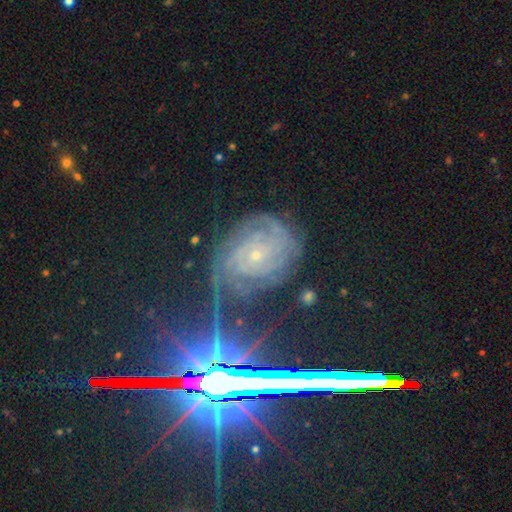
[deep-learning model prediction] A featured or disk galaxy (71%) with no bar (73%), tight (76%) spiral arms (96%) and a small central bulge (80%). Merging: none (74%).